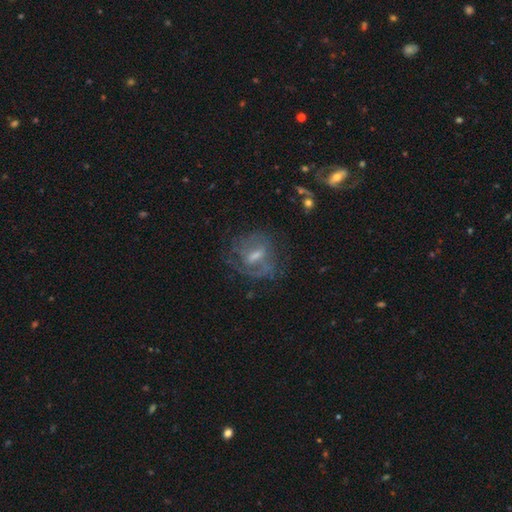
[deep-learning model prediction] This is likely a featured or disk galaxy (67%). It is clearly not viewed edge-on (94%). Bar: possibly weak (51%). Spiral arm pattern: likely yes (69%). Central bulge: marginally moderate (43%). Merging: possibly none (57%).